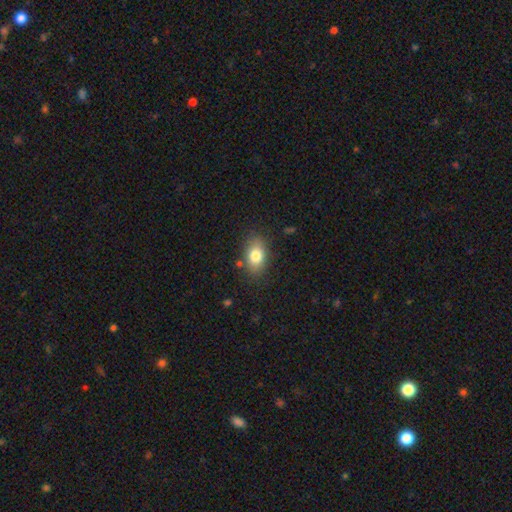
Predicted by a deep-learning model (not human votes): Q: Smooth or featured?
A: smooth (79%); runner-up: featured or disk (12%)
Q: How rounded?
A: in between (83%); runner-up: round (15%)
Q: Merging?
A: none (82%); runner-up: minor disturbance (13%)